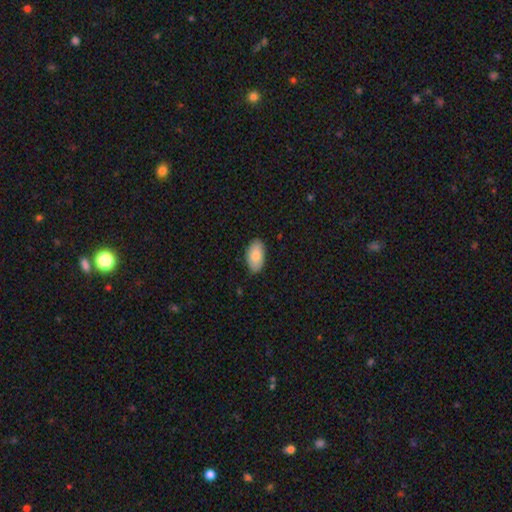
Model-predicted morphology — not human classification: smooth_or_featured: smooth (p=0.84) [alt: featured or disk p=0.10]
how_rounded: in between (p=0.95) [alt: round p=0.03]
merging: none (p=0.87) [alt: minor disturbance p=0.11]